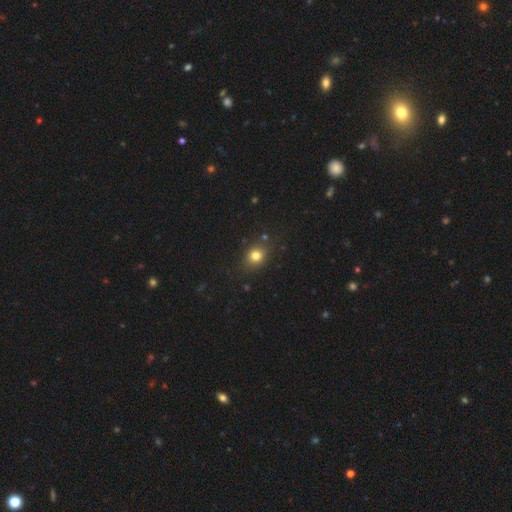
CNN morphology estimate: Smooth or featured? Predicted: smooth (p=0.78). How rounded? Predicted: round (p=0.64). Merging? Predicted: none (p=0.81).